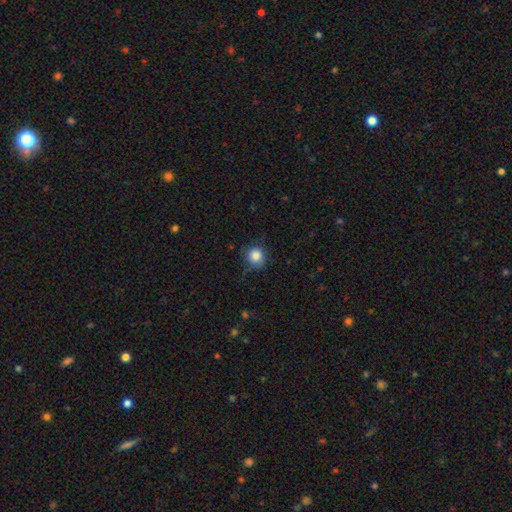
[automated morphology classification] Smooth or featured? smooth (85%)
How rounded? round (89%)
Merging? none (75%)